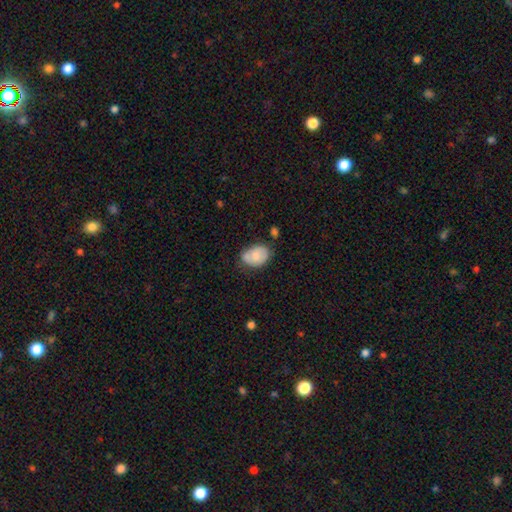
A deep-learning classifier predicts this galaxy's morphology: A smooth galaxy with no disk features (69%) that is in between round and cigar-shaped (77%). Merging: none (56%).